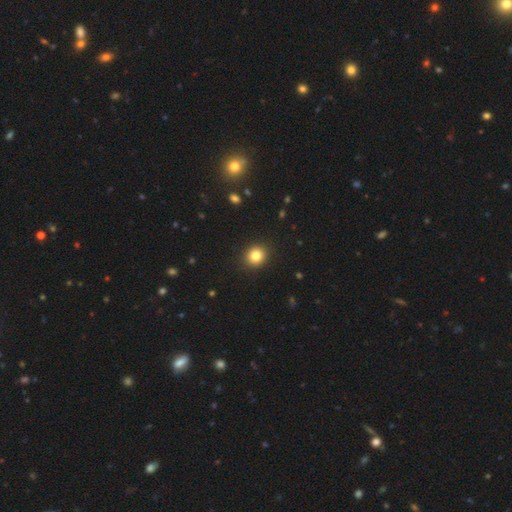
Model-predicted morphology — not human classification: type=smooth (83%); roundness=round (80%); merging=none (92%).